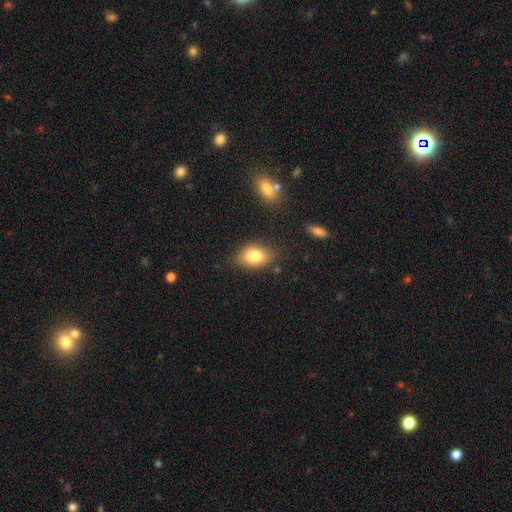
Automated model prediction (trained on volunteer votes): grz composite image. It shows a smooth galaxy with no disk features (82%) that is in between round and cigar-shaped (85%). Merging: none (74%).